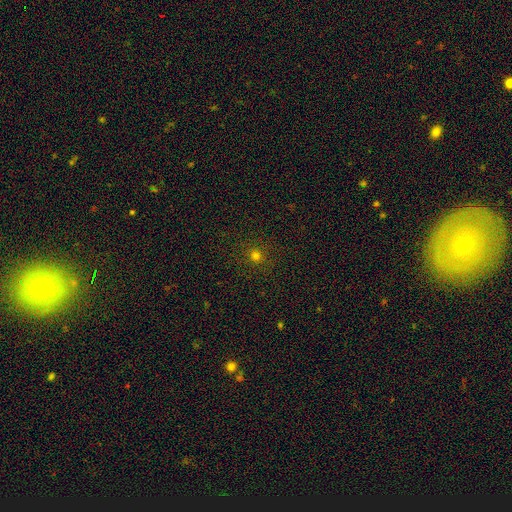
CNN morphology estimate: Smooth or featured? Predicted: smooth (p=0.74). How rounded? Predicted: round (p=0.92). Merging? Predicted: none (p=0.89).